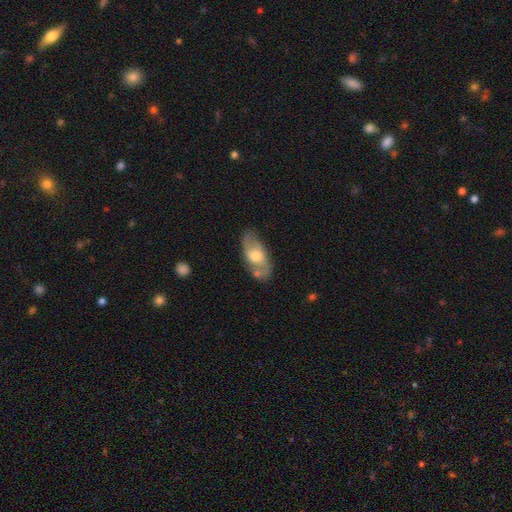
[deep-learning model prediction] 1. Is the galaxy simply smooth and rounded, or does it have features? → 58% featured or disk, 36% smooth, 6% star or artifact.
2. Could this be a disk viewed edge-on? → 88% no, 12% yes.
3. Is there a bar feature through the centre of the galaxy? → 54% no, 38% weak, 9% strong.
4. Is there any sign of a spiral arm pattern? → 73% yes, 27% no.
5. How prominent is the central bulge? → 66% moderate, 16% large, 15% small, 2% none, 1% dominant.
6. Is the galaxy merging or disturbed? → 67% none, 19% minor disturbance, 8% merger, 6% major disturbance.